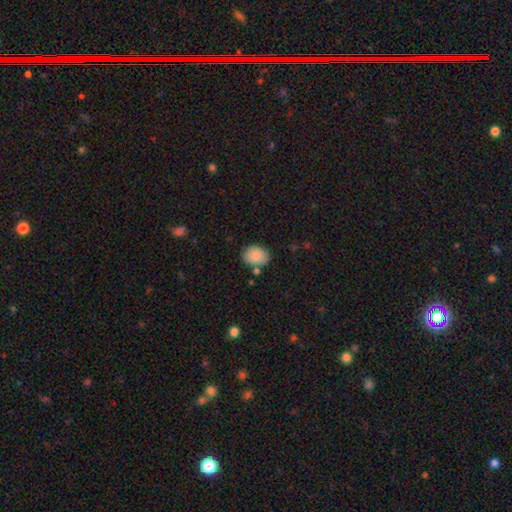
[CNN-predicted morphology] Q: Smooth or featured?
A: smooth (87%); runner-up: star or artifact (7%)
Q: How rounded?
A: in between (66%); runner-up: round (33%)
Q: Merging?
A: none (74%); runner-up: minor disturbance (15%)